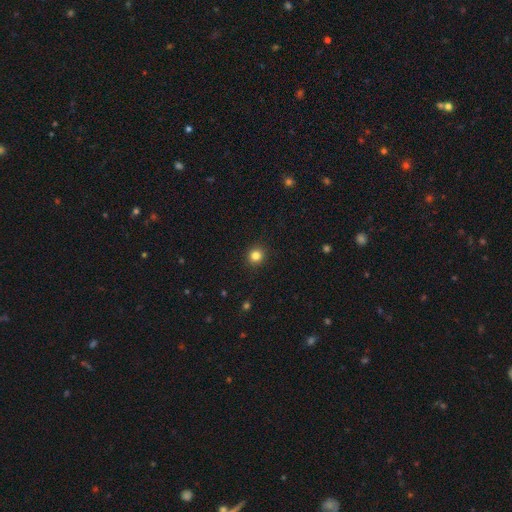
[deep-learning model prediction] The model was most divided on "smooth or featured": smooth: 83%, star or artifact: 13%, featured or disk: 5%. More confident: merging — none (92%); how rounded — round (91%).